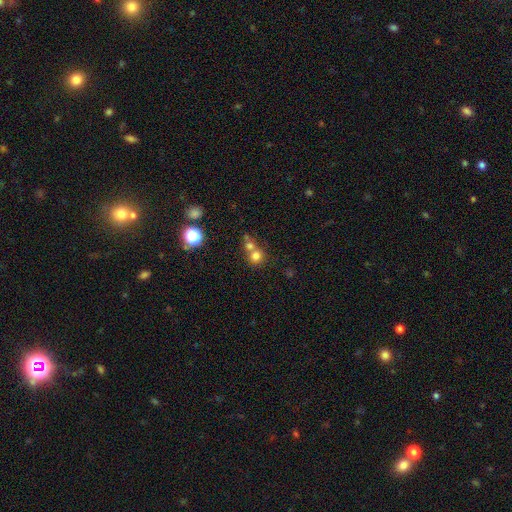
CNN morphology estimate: A smooth galaxy with no disk features (73%) that is round (86%).

Vote fractions:
- Smooth or featured? smooth: 73% / star or artifact: 16% / featured or disk: 11%
- How rounded? round: 86% / in between: 13% / cigar-shaped: 1%
- Merging? merger: 49% / none: 42% / minor disturbance: 6% / major disturbance: 3%